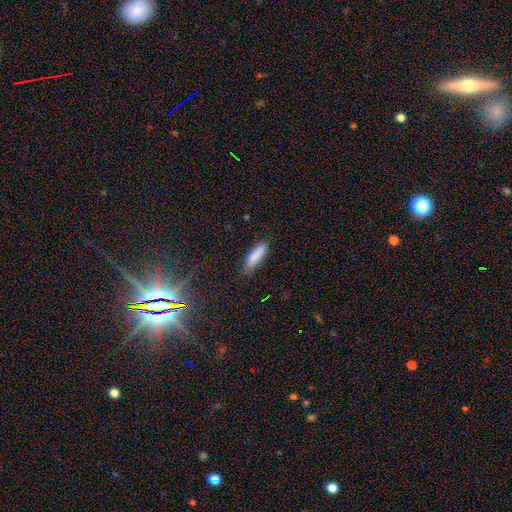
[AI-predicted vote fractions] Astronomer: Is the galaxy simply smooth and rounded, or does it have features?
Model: smooth — 85%.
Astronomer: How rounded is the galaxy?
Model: cigar-shaped — 53% (runner-up: in between, 45%).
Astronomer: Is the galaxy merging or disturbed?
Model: none — 76%.